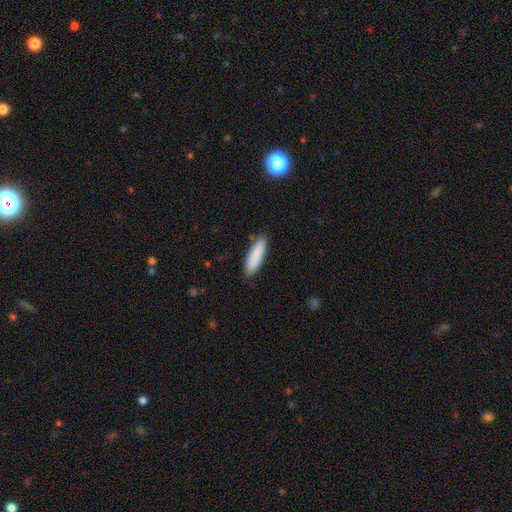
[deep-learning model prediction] This is clearly a smooth galaxy (88%). How rounded: likely cigar-shaped (65%). Merging: clearly none (88%).